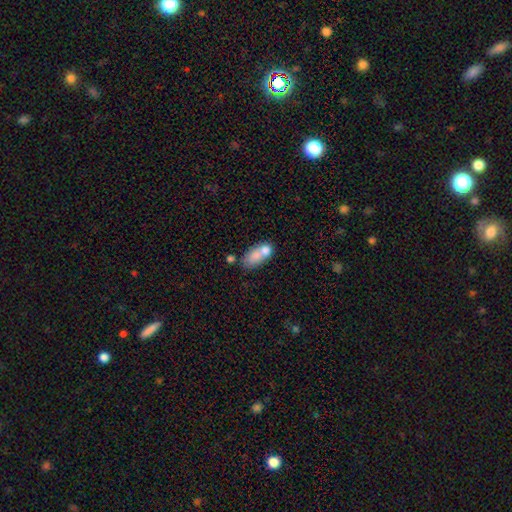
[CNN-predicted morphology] type=smooth (74%); roundness=in between (85%); merging=none (38%).